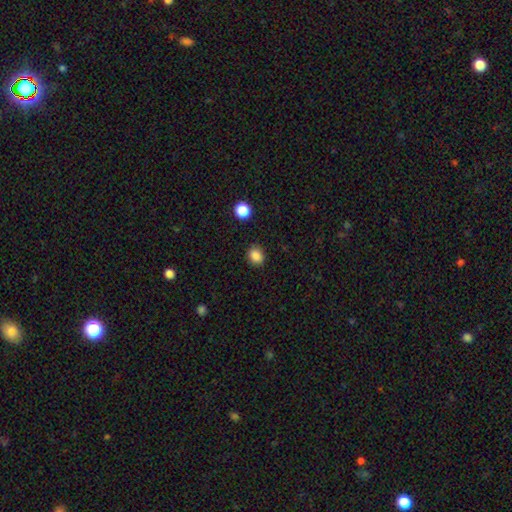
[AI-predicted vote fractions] The model was most divided on "how rounded": round: 60%, in between: 39%, cigar-shaped: 1%. More confident: merging — none (87%); smooth or featured — smooth (86%).